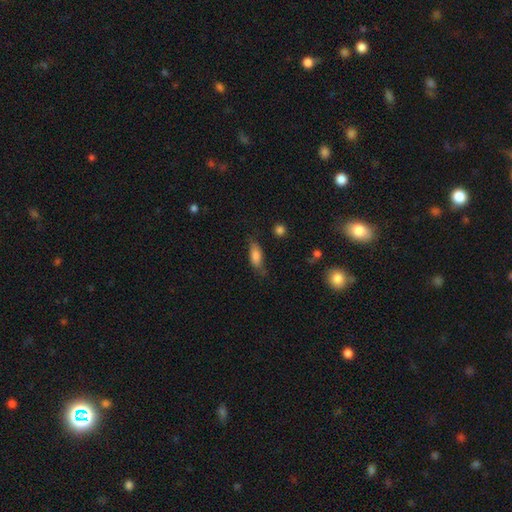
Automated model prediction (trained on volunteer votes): The model was most divided on "merging": none: 64%, minor disturbance: 26%, major disturbance: 8%, merger: 2%. More confident: smooth or featured — smooth (77%); how rounded — in between (72%).